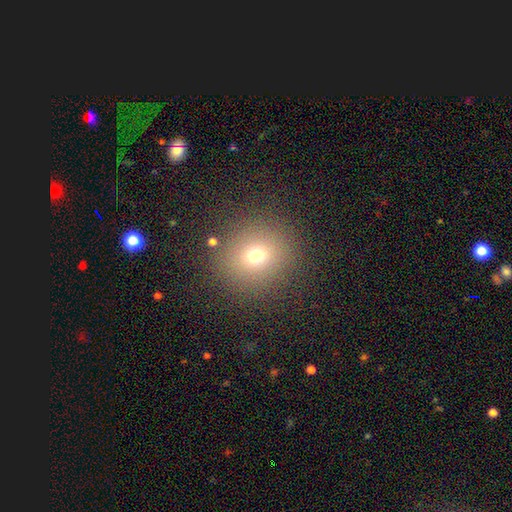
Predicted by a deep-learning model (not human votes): A smooth galaxy with no disk features (69%) that is round (85%). Merging: none (87%).